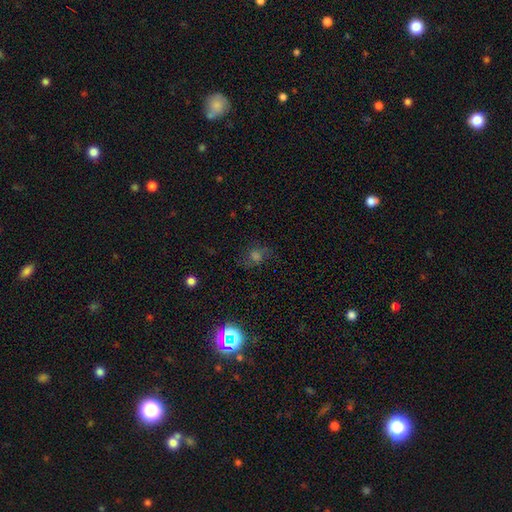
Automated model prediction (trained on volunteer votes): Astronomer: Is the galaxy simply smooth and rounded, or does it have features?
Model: smooth — 39% (runner-up: star or artifact, 36%).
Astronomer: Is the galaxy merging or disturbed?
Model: none — 68%.